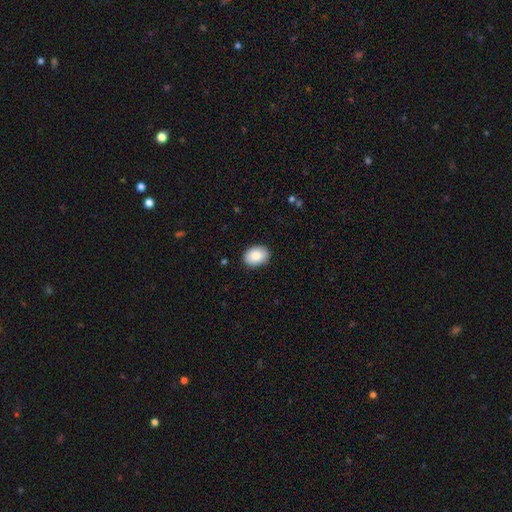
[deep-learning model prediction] Q: Smooth or featured?
A: smooth (86%); runner-up: featured or disk (7%)
Q: How rounded?
A: in between (70%); runner-up: round (29%)
Q: Merging?
A: none (88%); runner-up: minor disturbance (9%)